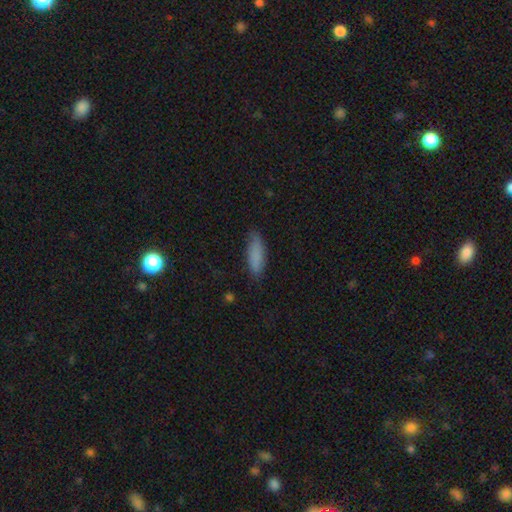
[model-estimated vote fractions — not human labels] The model was most divided on "how rounded": cigar-shaped: 50%, in between: 48%, round: 2%. More confident: smooth or featured — smooth (85%); merging — none (80%).